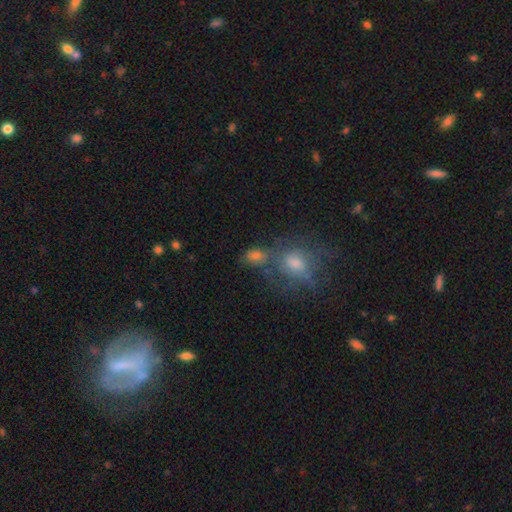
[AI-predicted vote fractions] A smooth galaxy with no disk features (67%) that is in between round and cigar-shaped (66%). Merging: none (43%).